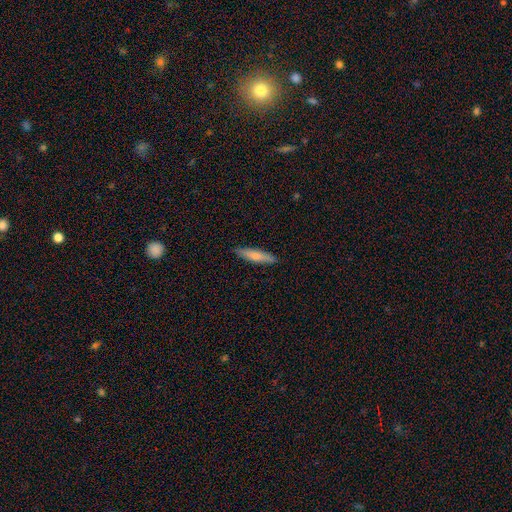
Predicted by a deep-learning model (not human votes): A smooth galaxy with no disk features (74%) that is cigar-shaped (83%). Merging: none (89%).